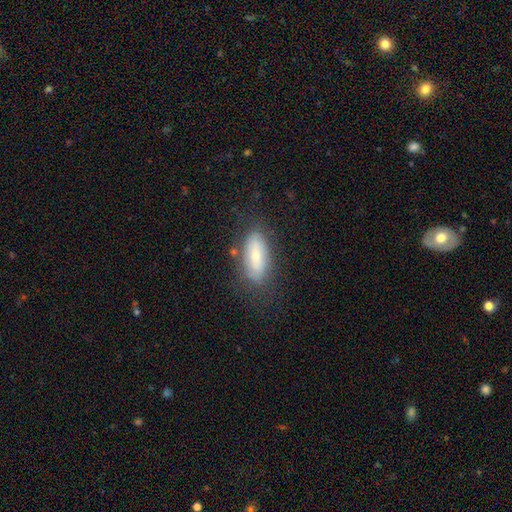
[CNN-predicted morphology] A smooth galaxy with no disk features (61%) that is in between round and cigar-shaped (78%).

Vote fractions:
- Smooth or featured? smooth: 61% / featured or disk: 31% / star or artifact: 8%
- How rounded? in between: 78% / cigar-shaped: 19% / round: 3%
- Merging? none: 75% / minor disturbance: 17% / major disturbance: 6% / merger: 2%